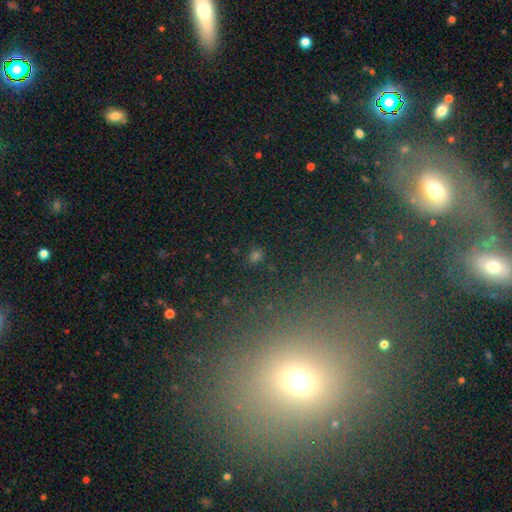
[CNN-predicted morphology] type=smooth (55%); roundness=round (56%); merging=none (84%).